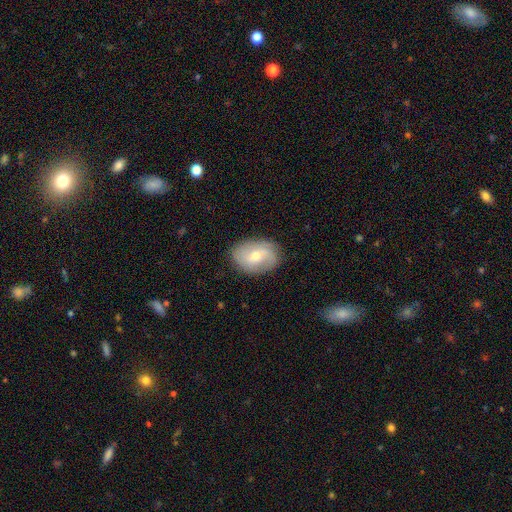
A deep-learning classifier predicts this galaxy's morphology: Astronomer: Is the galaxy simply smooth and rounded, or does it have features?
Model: featured or disk — 53% (runner-up: smooth, 39%).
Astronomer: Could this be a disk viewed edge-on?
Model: no — 95%.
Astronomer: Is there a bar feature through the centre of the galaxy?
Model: no — 53% (runner-up: weak, 37%).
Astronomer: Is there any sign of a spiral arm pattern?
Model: yes — 77%.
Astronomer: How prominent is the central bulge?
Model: moderate — 52% (runner-up: small, 44%).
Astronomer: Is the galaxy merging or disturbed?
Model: none — 82%.